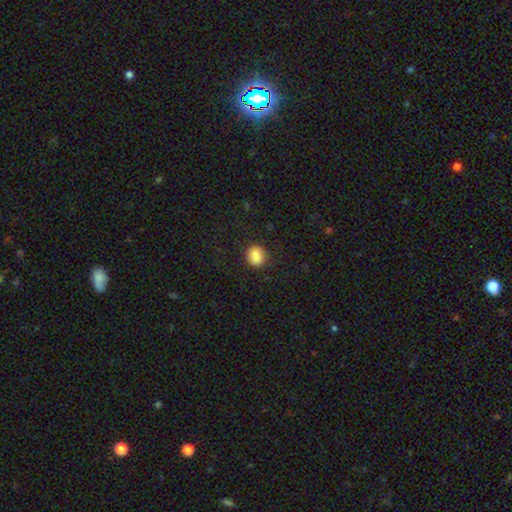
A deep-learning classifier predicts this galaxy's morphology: A smooth galaxy with no disk features (84%) that is round (63%).

Vote fractions:
- Smooth or featured? smooth: 84% / star or artifact: 10% / featured or disk: 6%
- How rounded? round: 63% / in between: 36% / cigar-shaped: 1%
- Merging? none: 78% / minor disturbance: 15% / major disturbance: 4% / merger: 3%